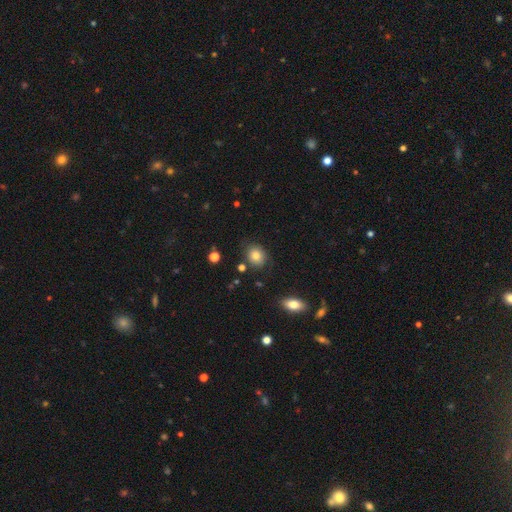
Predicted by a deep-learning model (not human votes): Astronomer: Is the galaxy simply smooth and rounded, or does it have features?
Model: smooth — 81%.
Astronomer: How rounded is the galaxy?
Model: round — 61% (runner-up: in between, 38%).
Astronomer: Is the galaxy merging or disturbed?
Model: none — 79%.